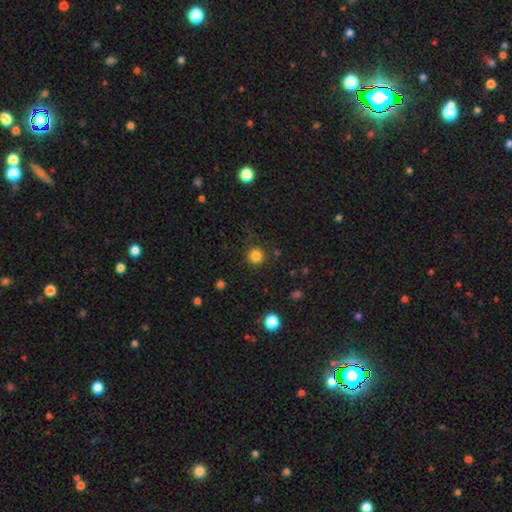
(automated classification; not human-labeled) This is clearly a smooth galaxy (82%). How rounded: clearly round (92%). Merging: clearly none (82%).